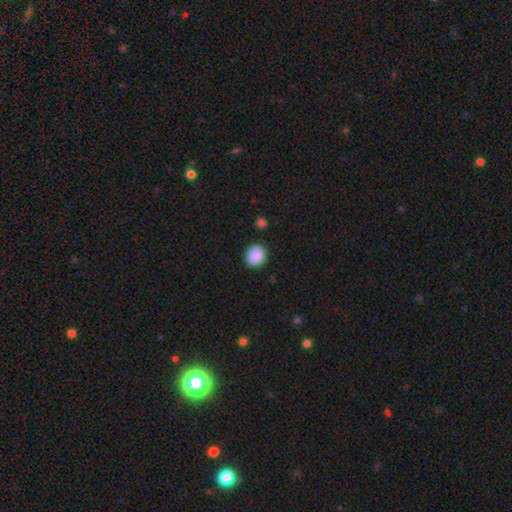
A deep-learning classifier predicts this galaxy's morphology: Smooth or featured? Predicted: smooth (p=0.87). How rounded? Predicted: round (p=0.66). Merging? Predicted: none (p=0.83).